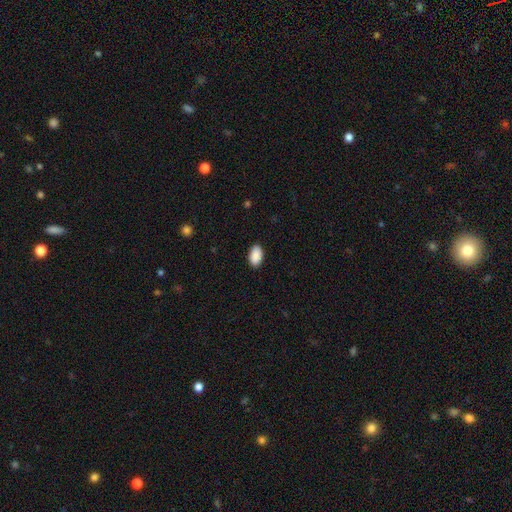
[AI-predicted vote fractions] This appears to be a smooth galaxy with no disk features (91%) that is in between round and cigar-shaped (94%). Merging: none (88%).